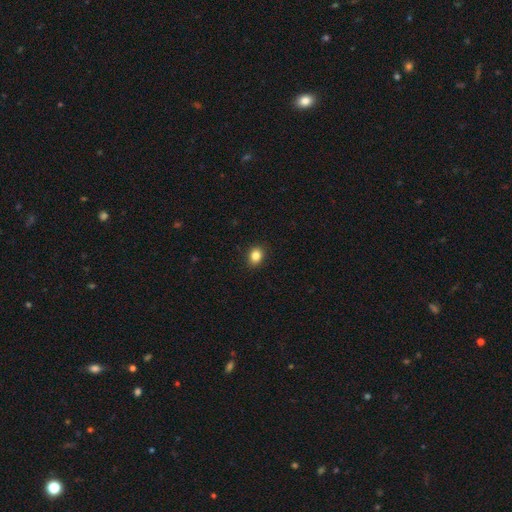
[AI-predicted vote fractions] Smooth or featured? Predicted: smooth (p=0.85). How rounded? Predicted: round (p=0.51). Merging? Predicted: none (p=0.90).